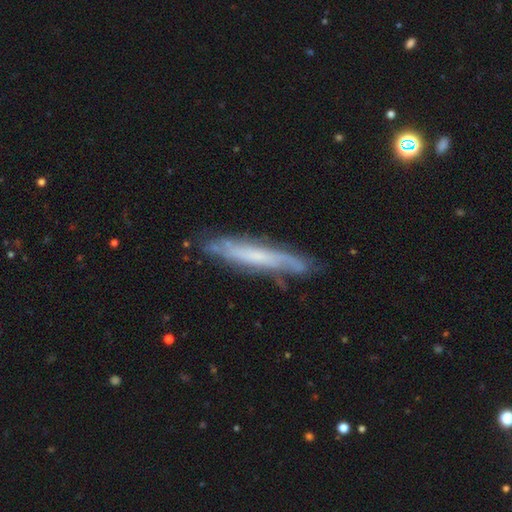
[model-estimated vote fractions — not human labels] Smooth or featured?
  - featured or disk: 62% *
  - smooth: 32%
  - star or artifact: 7%
Edge-on disk?
  - yes: 66% *
  - no: 34%
Merging?
  - none: 73% *
  - minor disturbance: 20%
  - major disturbance: 5%
  - merger: 2%